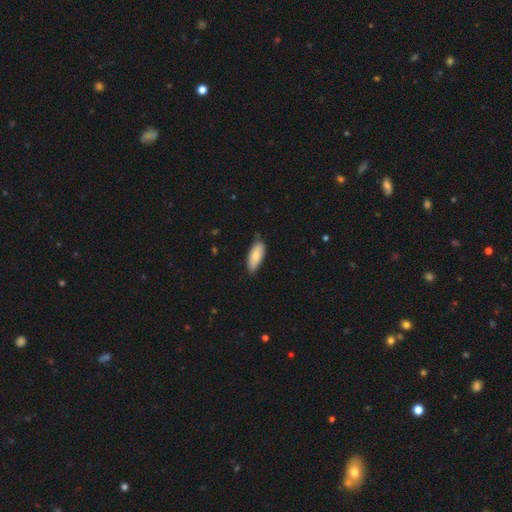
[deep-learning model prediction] The model was most divided on "how rounded": in between: 78%, cigar-shaped: 20%, round: 2%. More confident: smooth or featured — smooth (79%); merging — none (78%).